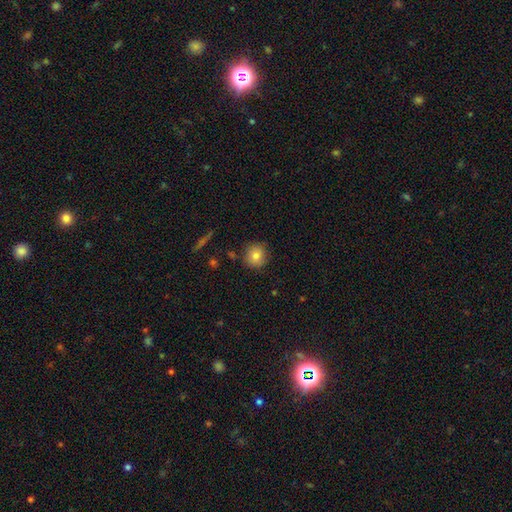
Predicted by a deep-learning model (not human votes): A smooth galaxy with no disk features (80%) that is round (90%). Merging: none (85%).